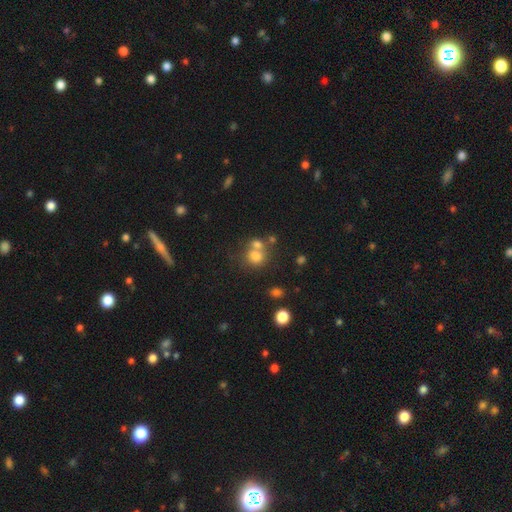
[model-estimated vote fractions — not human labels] Q: Smooth or featured?
A: smooth (73%); runner-up: star or artifact (14%)
Q: How rounded?
A: round (77%); runner-up: in between (22%)
Q: Merging?
A: merger (45%); runner-up: none (42%)